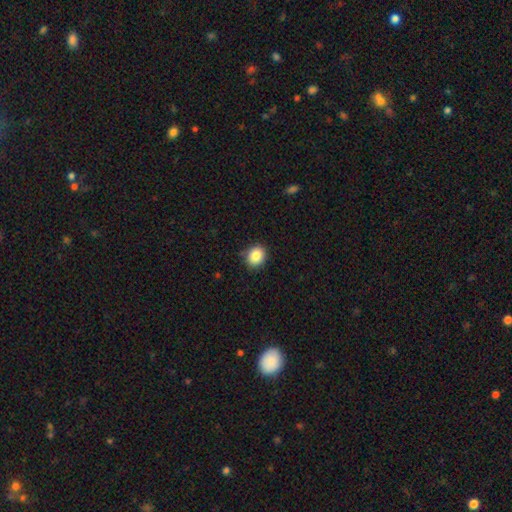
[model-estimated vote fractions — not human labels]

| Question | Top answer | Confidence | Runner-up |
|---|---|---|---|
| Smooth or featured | smooth | 85% | star or artifact (10%) |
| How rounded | round | 74% | in between (26%) |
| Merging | none | 84% | minor disturbance (12%) |